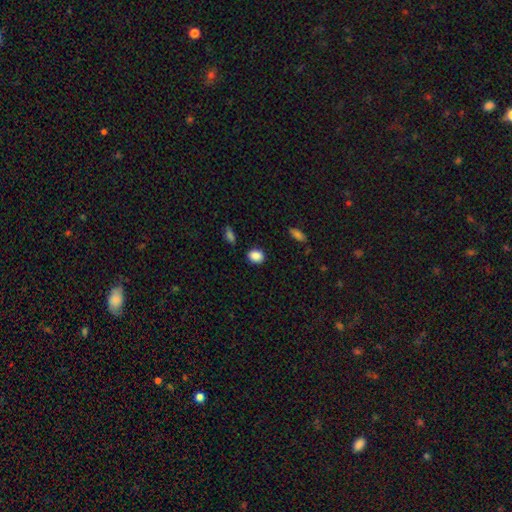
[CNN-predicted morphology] Smooth or featured: smooth — 88% (star or artifact — 8%)
How rounded: in between — 54% (round — 44%)
Merging: none — 85% (minor disturbance — 10%)